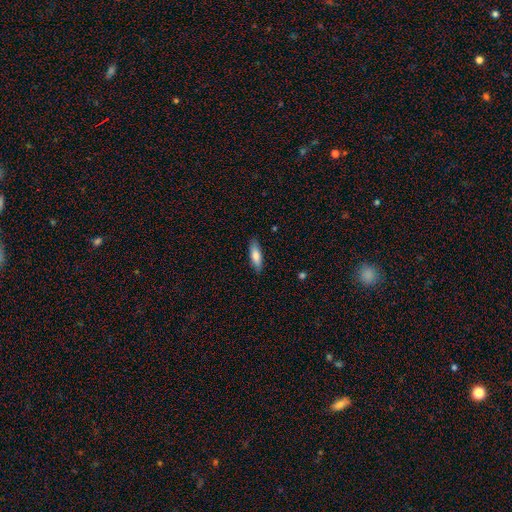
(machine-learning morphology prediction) A smooth galaxy with no disk features (76%) that is in between round and cigar-shaped (50%).

Vote fractions:
- Smooth or featured? smooth: 76% / featured or disk: 18% / star or artifact: 6%
- How rounded? in between: 50% / cigar-shaped: 49% / round: 2%
- Merging? none: 84% / minor disturbance: 12% / major disturbance: 2% / merger: 1%